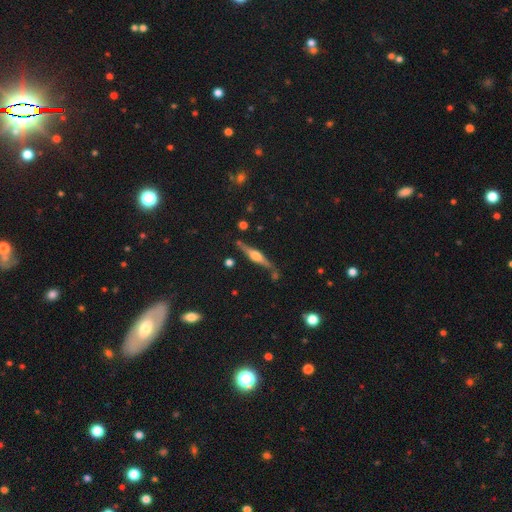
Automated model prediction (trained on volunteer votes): Morphology: type=featured or disk (77%); edge-on=yes (97%); edge-on bulge=rounded (90%); merging=none (81%).